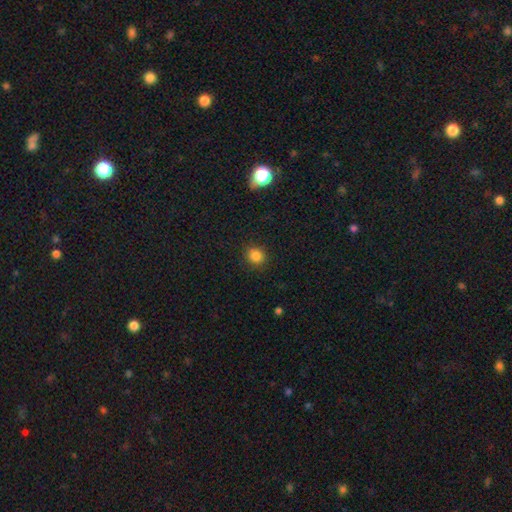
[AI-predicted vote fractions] smooth-or-featured: smooth: 83% | star or artifact: 12% | featured or disk: 5%
  how-rounded: round: 83% | in between: 16% | cigar-shaped: 1%
  merging: none: 89% | minor disturbance: 7% | major disturbance: 2% | merger: 1%